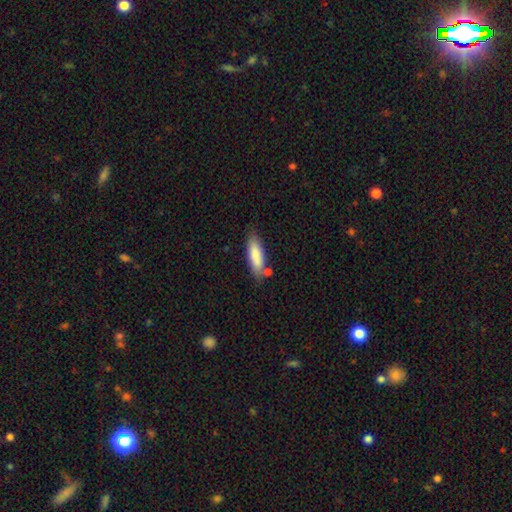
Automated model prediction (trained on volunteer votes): Overall: smooth (83%). How rounded: in between (51%; cigar-shaped 47%). Merging: none (66%).